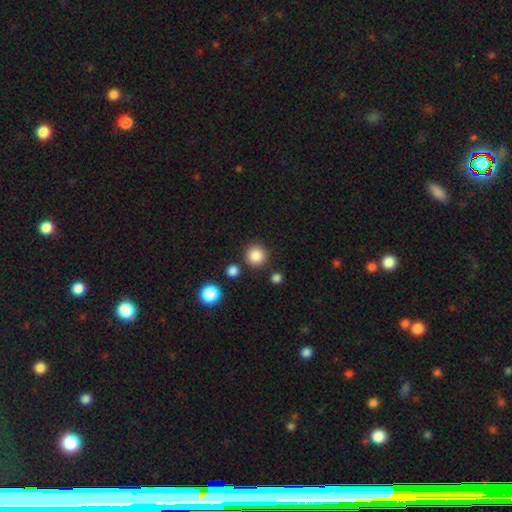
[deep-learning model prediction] This is clearly a smooth galaxy (86%). How rounded: clearly round (94%). Merging: clearly none (87%).